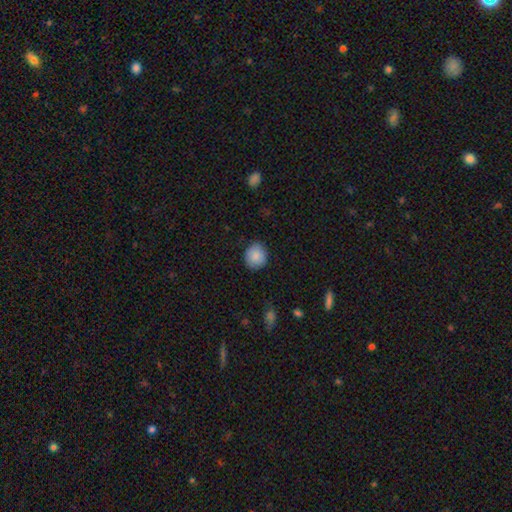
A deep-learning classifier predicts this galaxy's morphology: type=smooth (85%); roundness=round (79%); merging=none (82%).